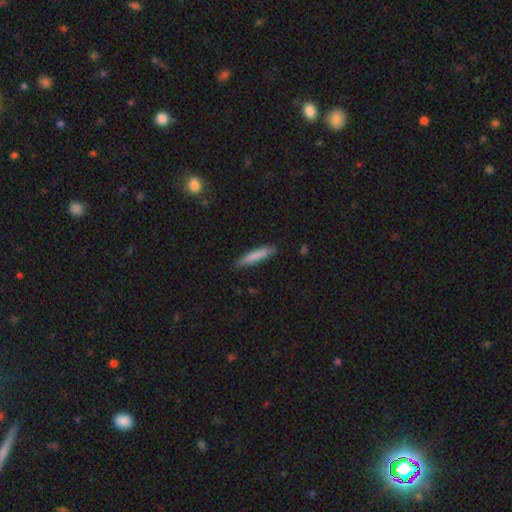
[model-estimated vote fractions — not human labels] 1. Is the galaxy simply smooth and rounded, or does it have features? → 80% smooth, 14% featured or disk, 6% star or artifact.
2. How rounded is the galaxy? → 90% cigar-shaped, 9% in between, 1% round.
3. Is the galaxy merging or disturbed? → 87% none, 10% minor disturbance, 2% major disturbance, 1% merger.